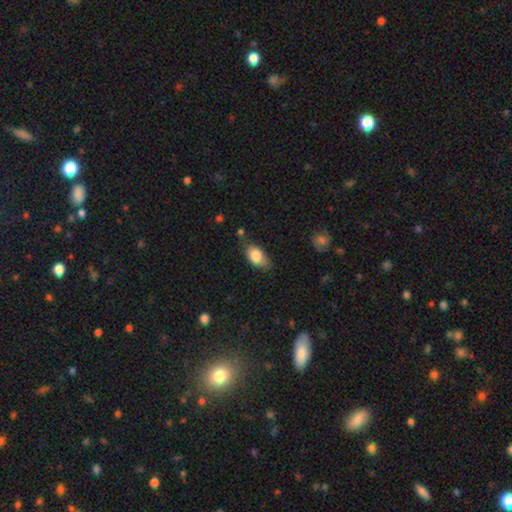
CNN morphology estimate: Q: Smooth or featured?
A: smooth (82%); runner-up: featured or disk (11%)
Q: How rounded?
A: in between (89%); runner-up: round (7%)
Q: Merging?
A: none (63%); runner-up: minor disturbance (28%)